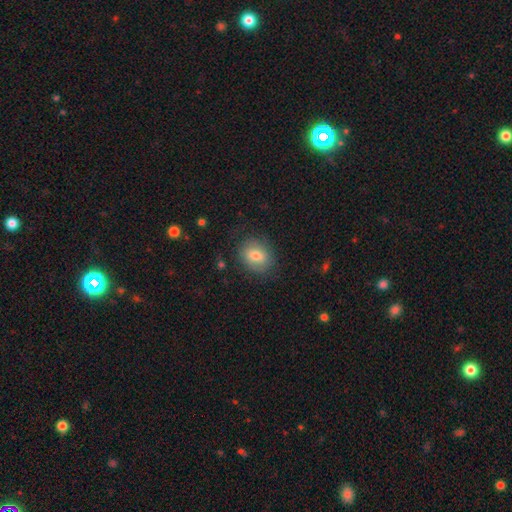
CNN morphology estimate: smooth 73%, featured or disk 18%, star or artifact 9%. Down the decision tree: how rounded — round (53%); merging — none (79%).